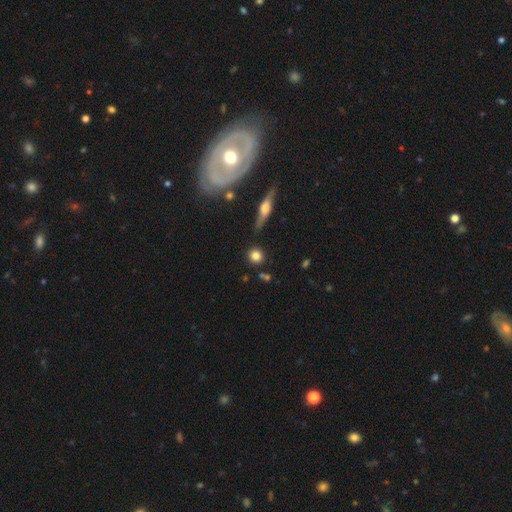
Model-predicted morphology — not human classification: Smooth or featured? Predicted: smooth (p=0.80). How rounded? Predicted: round (p=0.87). Merging? Predicted: none (p=0.85).